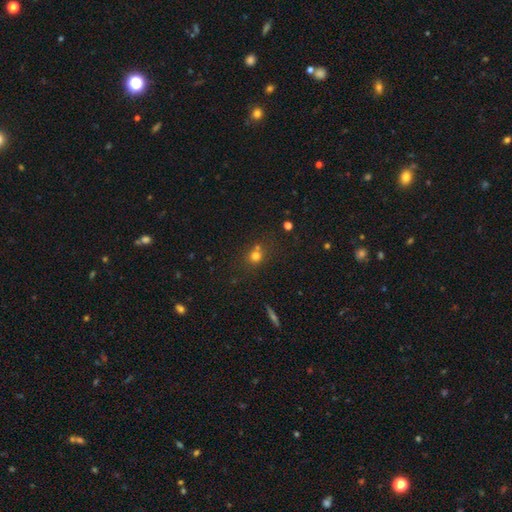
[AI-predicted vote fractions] smooth_or_featured: smooth (p=0.73) [alt: star or artifact p=0.17]
how_rounded: round (p=0.82) [alt: in between p=0.17]
merging: none (p=0.59) [alt: merger p=0.26]